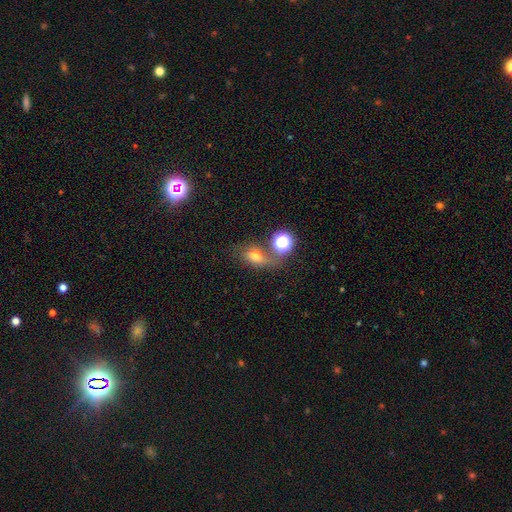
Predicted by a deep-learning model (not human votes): smooth_or_featured: smooth (p=0.63) [alt: star or artifact p=0.19]
how_rounded: in between (p=0.65) [alt: round p=0.31]
merging: none (p=0.44) [alt: merger p=0.24]